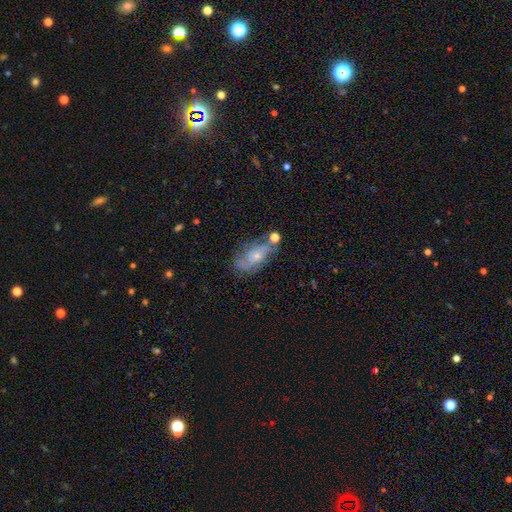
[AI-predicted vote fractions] A featured or disk galaxy (56%) with no bar (76%), spiral arms (74%) and a small central bulge (63%).

Vote fractions:
- Smooth or featured? featured or disk: 56% / smooth: 36% / star or artifact: 9%
- Edge-on disk? no: 91% / yes: 9%
- Bar? no: 76% / weak: 20% / strong: 4%
- Spiral arms? yes: 74% / no: 26%
- Bulge size? small: 63% / moderate: 29% / none: 5% / large: 2% / dominant: 1%
- Merging? none: 51% / minor disturbance: 25% / major disturbance: 13% / merger: 12%